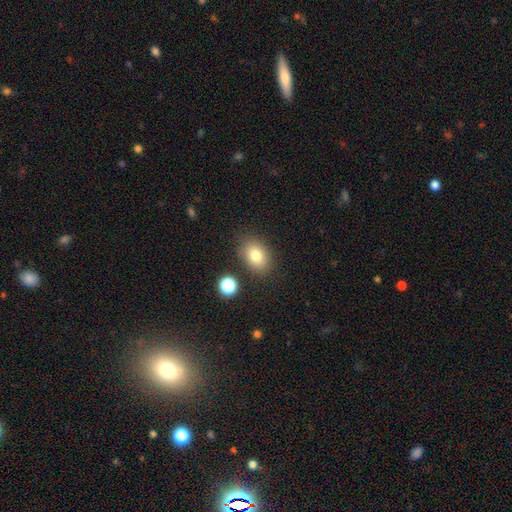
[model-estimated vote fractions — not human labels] smooth 80%, star or artifact 11%, featured or disk 9%. Down the decision tree: how rounded — in between (72%); merging — none (82%).